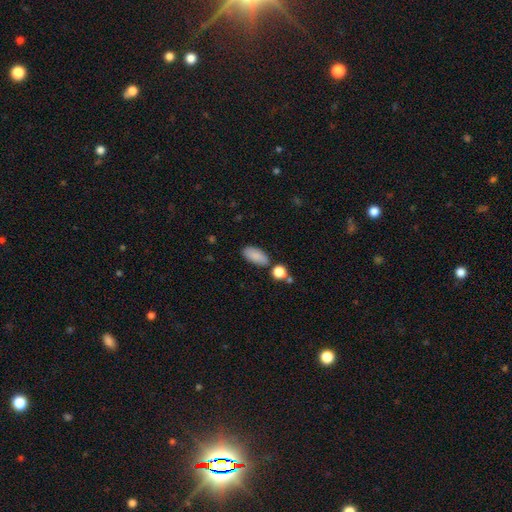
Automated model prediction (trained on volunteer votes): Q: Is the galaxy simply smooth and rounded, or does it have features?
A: smooth — 87%.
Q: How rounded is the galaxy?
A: in between — 90%.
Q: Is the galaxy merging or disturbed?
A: none — 76%.